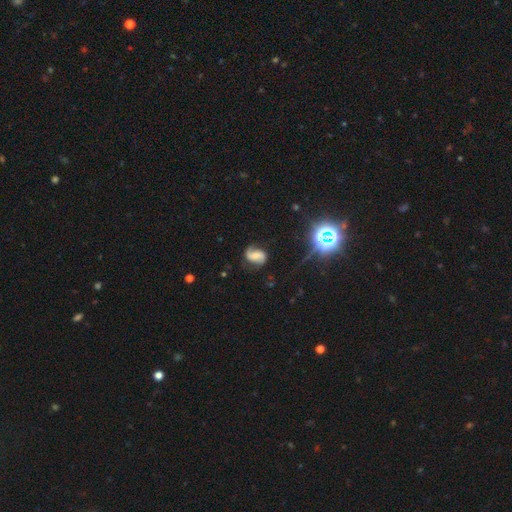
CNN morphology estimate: A featured or disk galaxy (69%) with a weak bar (39%), 2 (88%) loose (44%) spiral arms (93%) and a small central bulge (40%). Merging: none (72%).